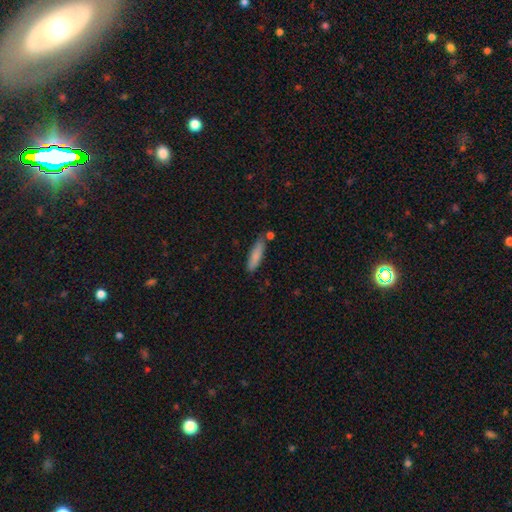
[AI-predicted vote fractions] smooth-or-featured: smooth: 81% | featured or disk: 12% | star or artifact: 7%
  how-rounded: cigar-shaped: 75% | in between: 23% | round: 2%
  merging: none: 74% | minor disturbance: 15% | merger: 7% | major disturbance: 3%